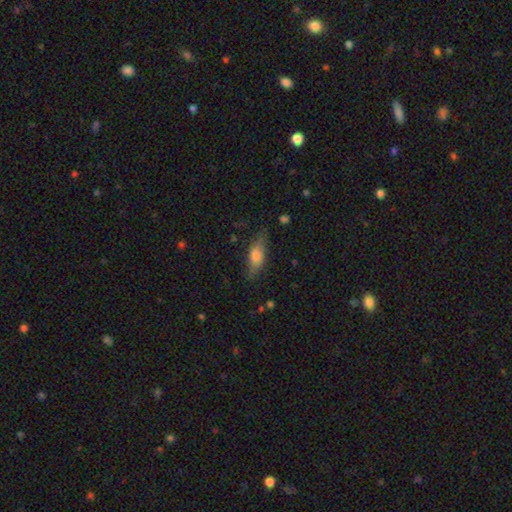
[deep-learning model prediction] Overall: smooth (68%). How rounded: in between (66%; cigar-shaped 31%). Merging: none (71%).